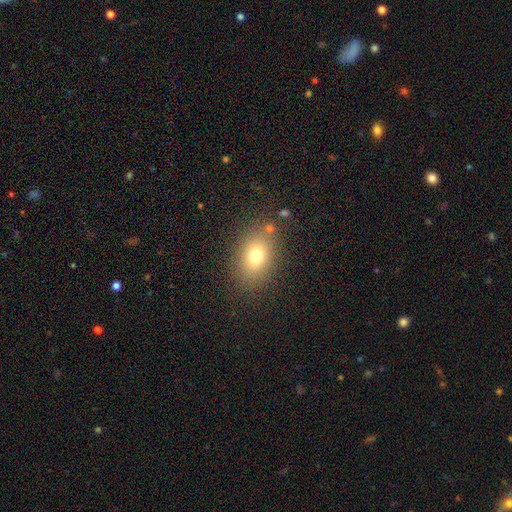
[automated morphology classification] This is likely a smooth galaxy (75%). How rounded: likely in between (77%). Merging: clearly none (80%).